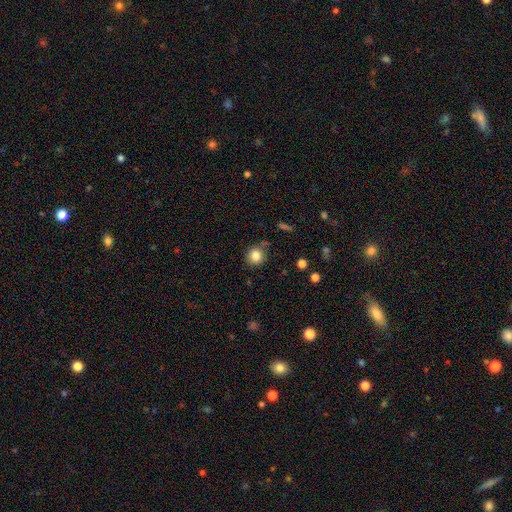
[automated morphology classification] Overall: smooth (83%). How rounded: round (89%). Merging: none (83%).